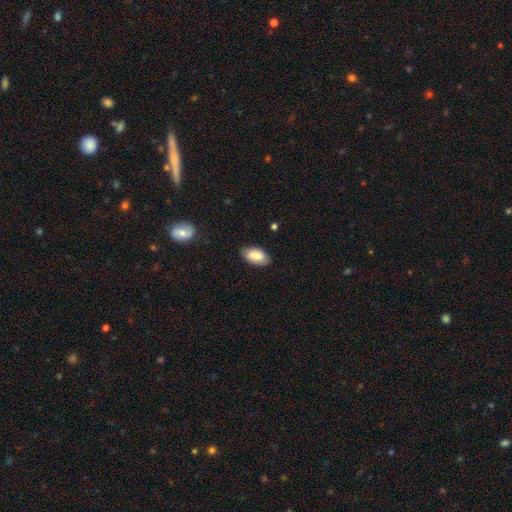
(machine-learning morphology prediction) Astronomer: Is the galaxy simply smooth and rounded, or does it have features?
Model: smooth — 83%.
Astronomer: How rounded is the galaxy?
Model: in between — 95%.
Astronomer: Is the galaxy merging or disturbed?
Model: none — 84%.